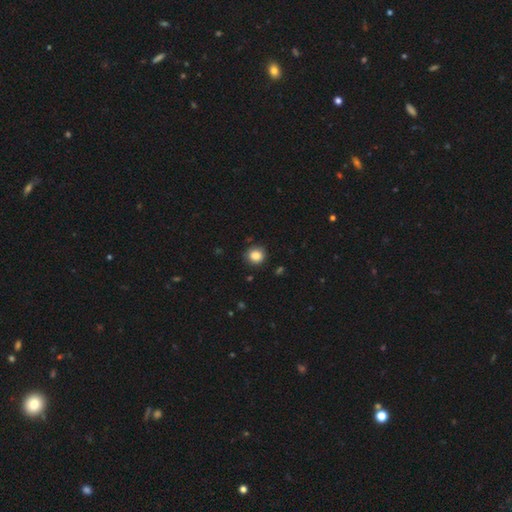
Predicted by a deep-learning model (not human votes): This appears to be a smooth galaxy with no disk features (86%) that is round (86%). Merging: none (87%).